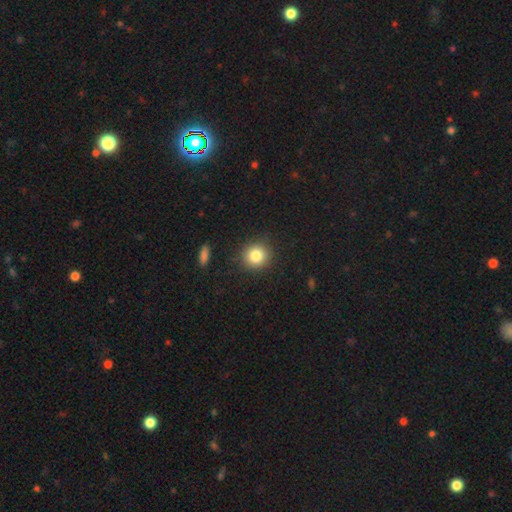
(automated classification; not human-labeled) smooth-or-featured: smooth: 82% | star or artifact: 11% | featured or disk: 7%
  how-rounded: round: 89% | in between: 10% | cigar-shaped: 1%
  merging: none: 89% | minor disturbance: 7% | major disturbance: 2% | merger: 1%